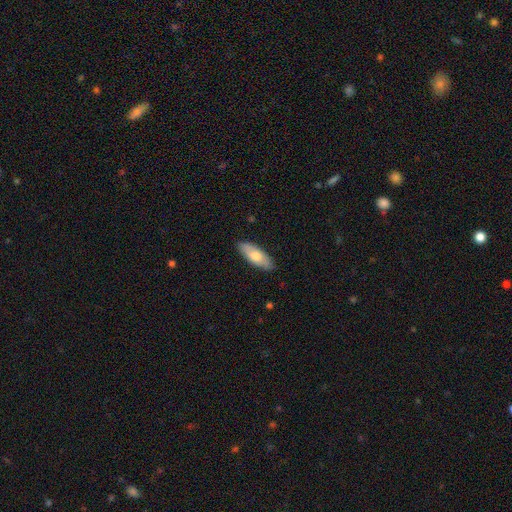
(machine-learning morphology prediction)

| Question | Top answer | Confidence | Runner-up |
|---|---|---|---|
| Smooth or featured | smooth | 69% | featured or disk (25%) |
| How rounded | in between | 74% | cigar-shaped (24%) |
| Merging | none | 87% | minor disturbance (10%) |